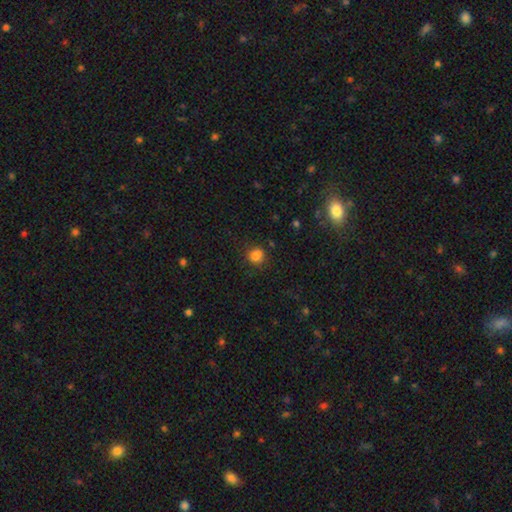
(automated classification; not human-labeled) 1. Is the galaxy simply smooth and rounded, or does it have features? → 78% smooth, 15% star or artifact, 7% featured or disk.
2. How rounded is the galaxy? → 81% round, 18% in between, 1% cigar-shaped.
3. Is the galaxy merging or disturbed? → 67% none, 15% minor disturbance, 13% merger, 5% major disturbance.